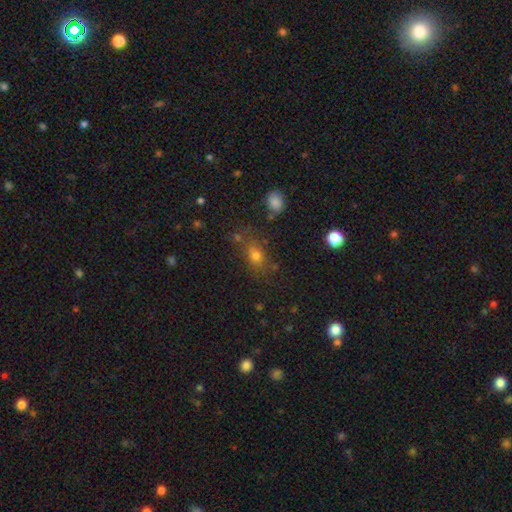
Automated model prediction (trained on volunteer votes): A smooth galaxy with no disk features (70%) that is in between round and cigar-shaped (58%).

Vote fractions:
- Smooth or featured? smooth: 70% / star or artifact: 19% / featured or disk: 11%
- How rounded? in between: 58% / round: 38% / cigar-shaped: 4%
- Merging? none: 63% / minor disturbance: 17% / merger: 11% / major disturbance: 8%